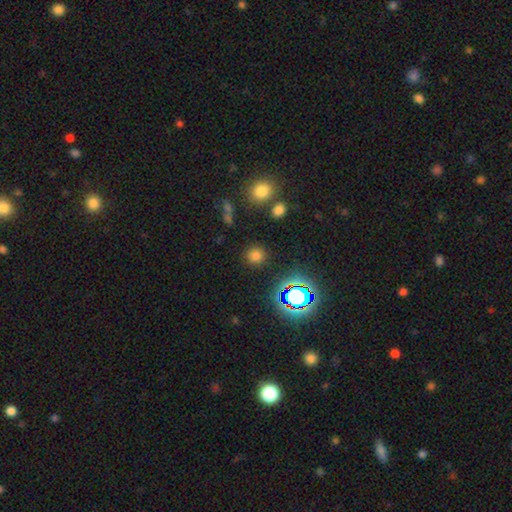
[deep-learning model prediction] The model was most divided on "smooth or featured": smooth: 71%, star or artifact: 22%, featured or disk: 6%. More confident: how rounded — round (89%); merging — none (86%).